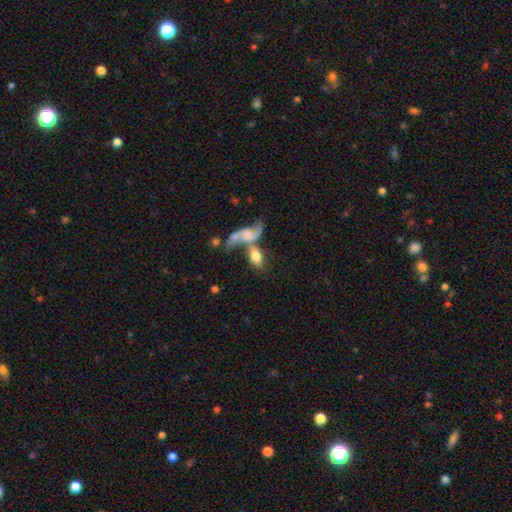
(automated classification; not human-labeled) This appears to be a smooth galaxy with no disk features (63%) that is in between round and cigar-shaped (86%). Merging: merger (53%).